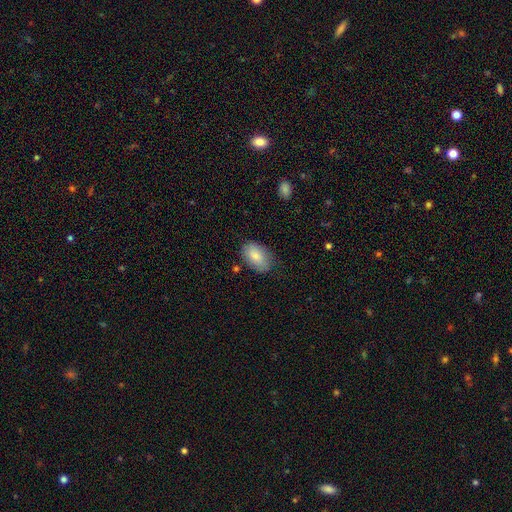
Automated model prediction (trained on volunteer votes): smooth 81%, featured or disk 12%, star or artifact 7%. Down the decision tree: how rounded — in between (92%); merging — none (75%).